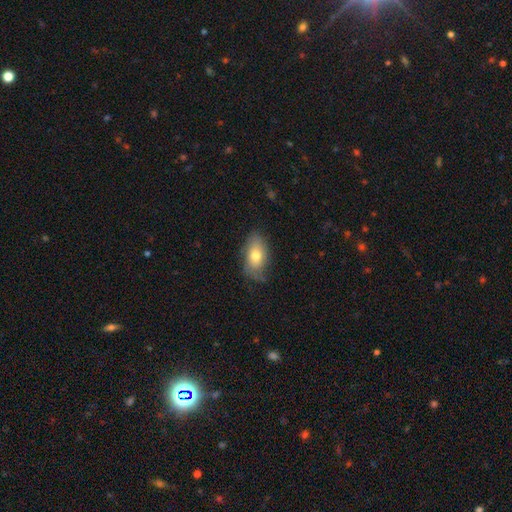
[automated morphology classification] type=smooth (72%); roundness=in between (89%); merging=none (67%).